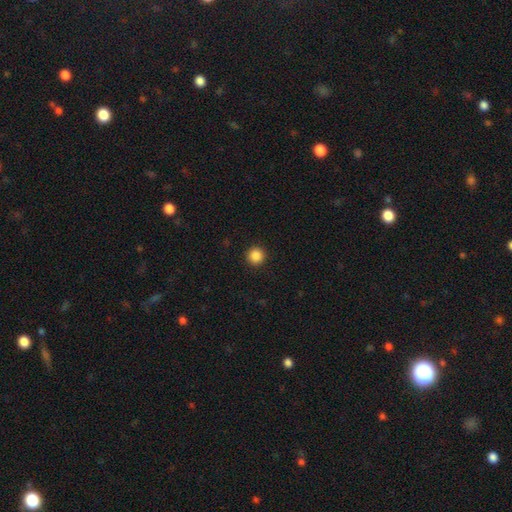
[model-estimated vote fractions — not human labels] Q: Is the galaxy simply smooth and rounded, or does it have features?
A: smooth — 87%.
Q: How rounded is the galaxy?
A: round — 96%.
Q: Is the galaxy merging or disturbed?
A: none — 93%.